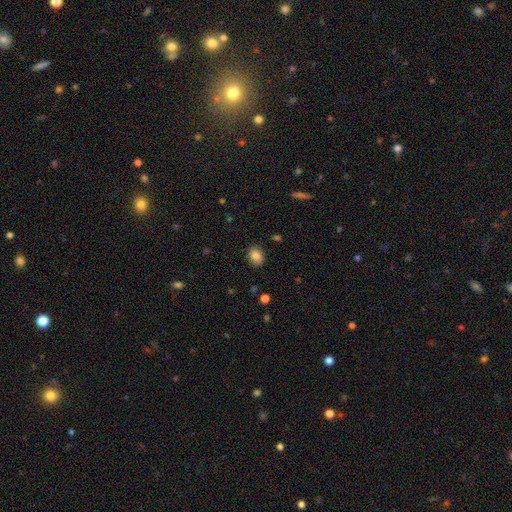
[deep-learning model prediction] This is clearly a smooth galaxy (83%). How rounded: likely in between (61%). Merging: clearly none (85%).